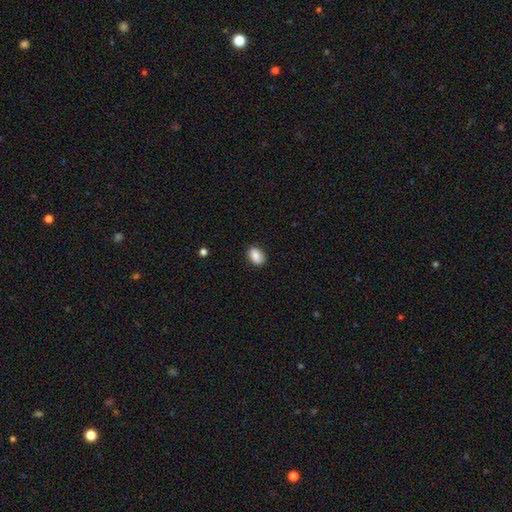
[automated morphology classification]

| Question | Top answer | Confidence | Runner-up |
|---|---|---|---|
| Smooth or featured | smooth | 85% | star or artifact (8%) |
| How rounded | in between | 77% | round (22%) |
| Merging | none | 83% | minor disturbance (13%) |